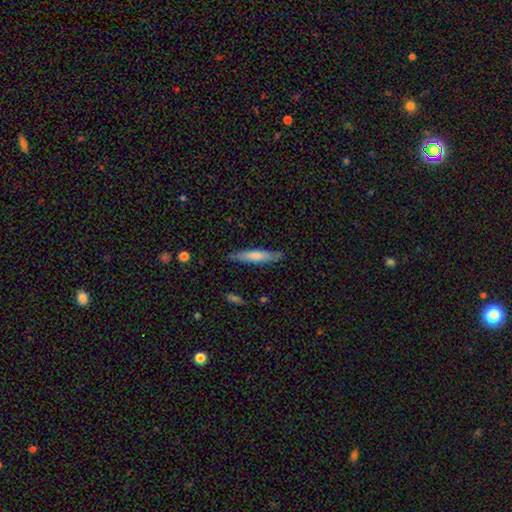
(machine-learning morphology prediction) smooth 69%, featured or disk 26%, star or artifact 5%. Down the decision tree: how rounded — cigar-shaped (90%); merging — none (85%).